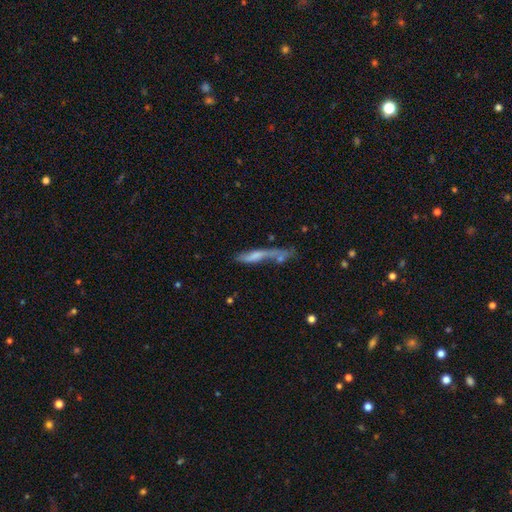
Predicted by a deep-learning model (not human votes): Smooth or featured? Predicted: smooth (p=0.48). Merging? Predicted: none (p=0.34).